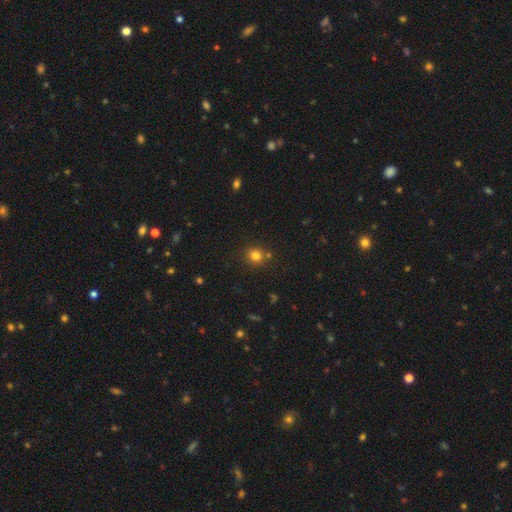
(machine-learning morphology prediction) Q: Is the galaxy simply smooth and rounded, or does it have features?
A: smooth — 79%.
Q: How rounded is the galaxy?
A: round — 88%.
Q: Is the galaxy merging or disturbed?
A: none — 79%.